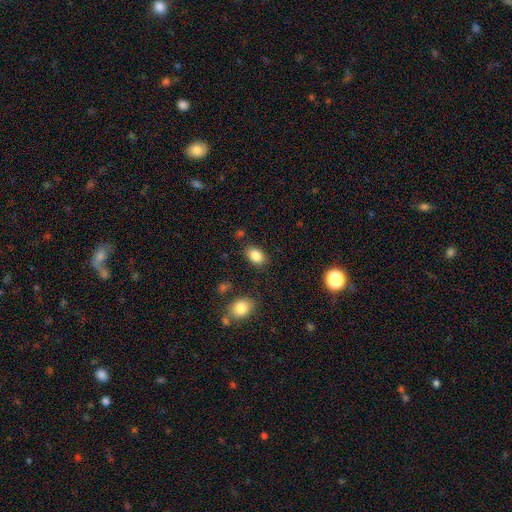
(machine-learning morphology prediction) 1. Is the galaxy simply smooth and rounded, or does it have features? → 85% smooth, 9% star or artifact, 6% featured or disk.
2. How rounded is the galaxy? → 84% in between, 15% round, 1% cigar-shaped.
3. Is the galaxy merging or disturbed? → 82% none, 12% minor disturbance, 3% major disturbance, 3% merger.